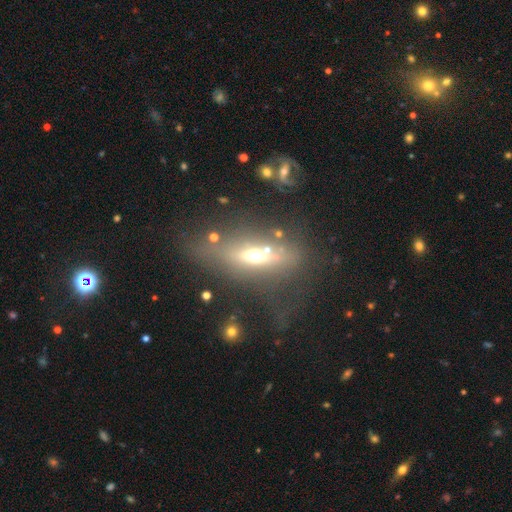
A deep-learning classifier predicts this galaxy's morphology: Smooth or featured? Predicted: featured or disk (p=0.50). Edge-on disk? Predicted: yes (p=0.62). Merging? Predicted: none (p=0.46).